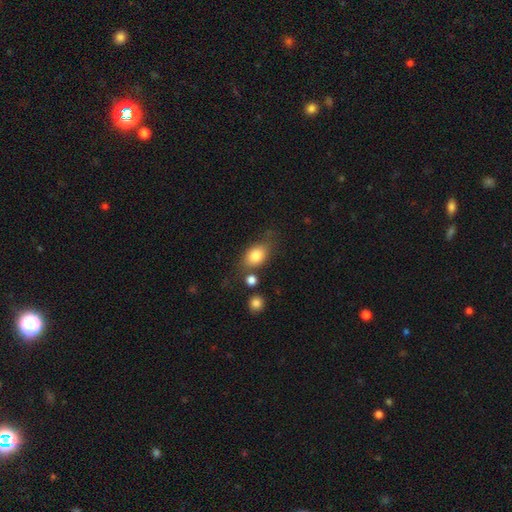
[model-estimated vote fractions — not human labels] smooth-or-featured: smooth: 82% | featured or disk: 10% | star or artifact: 8%
  how-rounded: in between: 75% | round: 23% | cigar-shaped: 2%
  merging: none: 63% | minor disturbance: 19% | merger: 10% | major disturbance: 8%